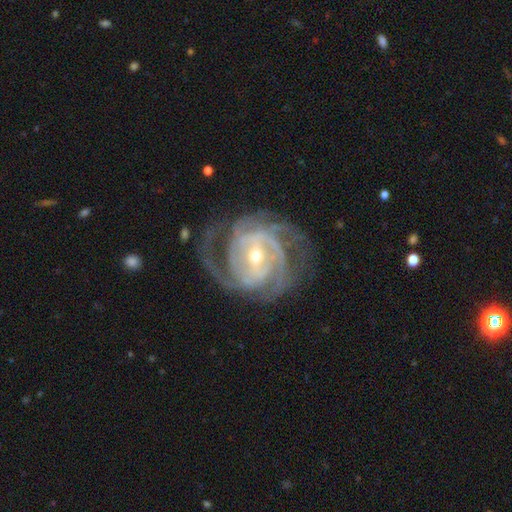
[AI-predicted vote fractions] Morphology: type=featured or disk (92%); edge-on=no (97%); bar=weak (43%); spiral arms=yes (98%); winding=tight (60%); arm count=3 (32%); bulge=small (51%); merging=none (71%).